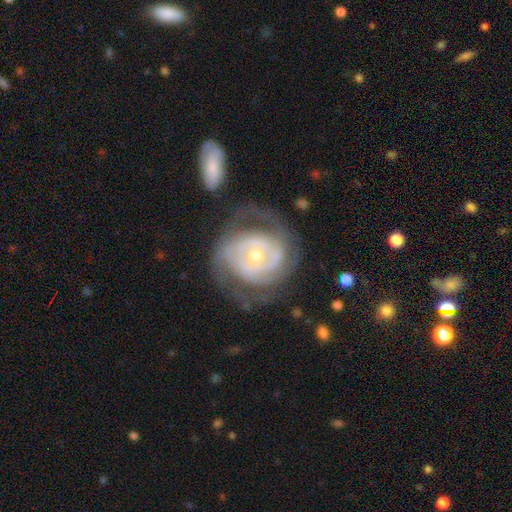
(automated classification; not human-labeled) This is clearly a featured or disk galaxy (85%). It is clearly not viewed edge-on (97%). Bar: likely no (69%). Spiral arm pattern: clearly yes (89%). Spiral arm count: marginally 2 (36%). Spiral winding: likely tight (71%). Central bulge: possibly small (48%). Merging: possibly none (59%).